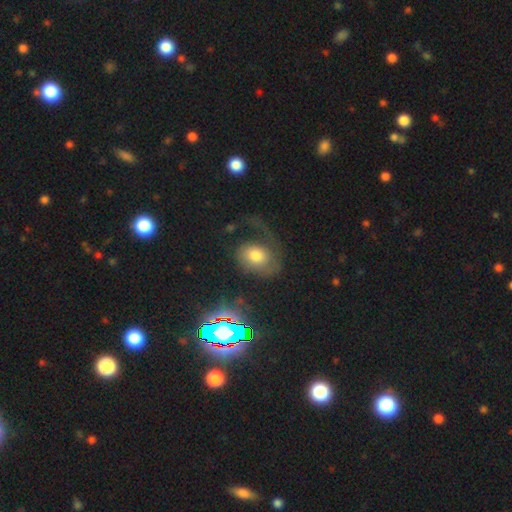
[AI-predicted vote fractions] Smooth or featured? Predicted: featured or disk (p=0.46). Merging? Predicted: major disturbance (p=0.44).